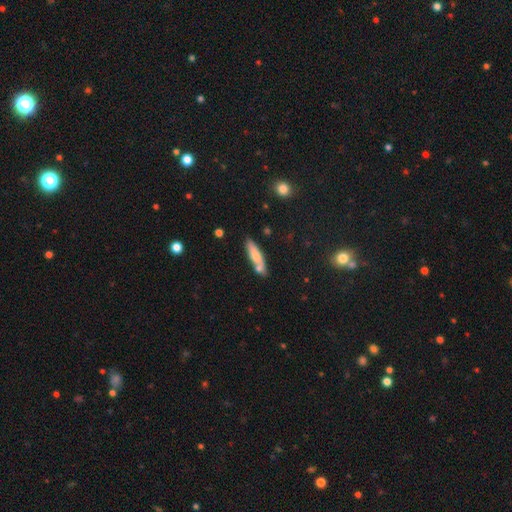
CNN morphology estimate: type=smooth (69%); roundness=cigar-shaped (71%); merging=none (65%).